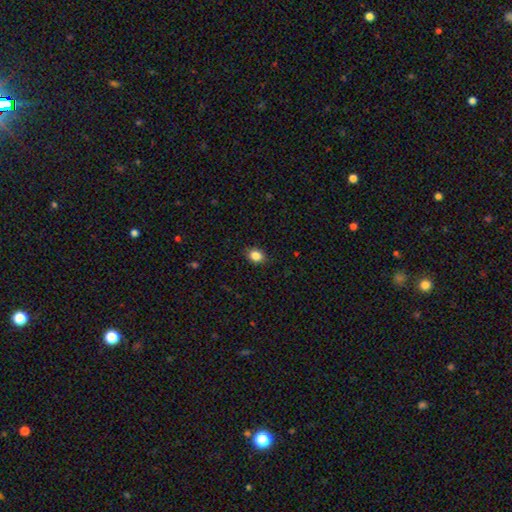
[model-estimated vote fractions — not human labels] Smooth or featured? smooth (85%)
How rounded? in between (63%)
Merging? none (88%)